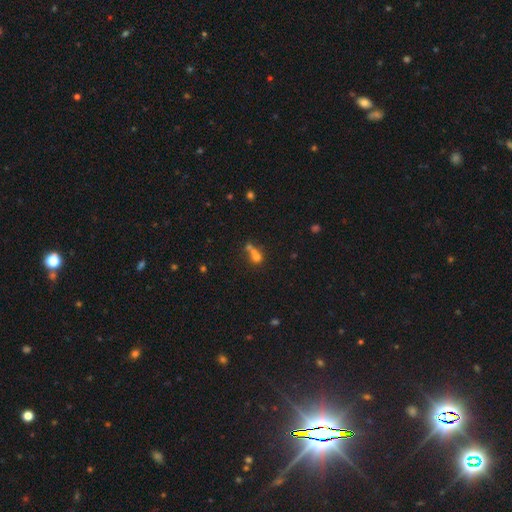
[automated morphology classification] smooth_or_featured: smooth (p=0.61) [alt: star or artifact p=0.21]
how_rounded: round (p=0.74) [alt: in between p=0.23]
merging: merger (p=0.51) [alt: none p=0.33]